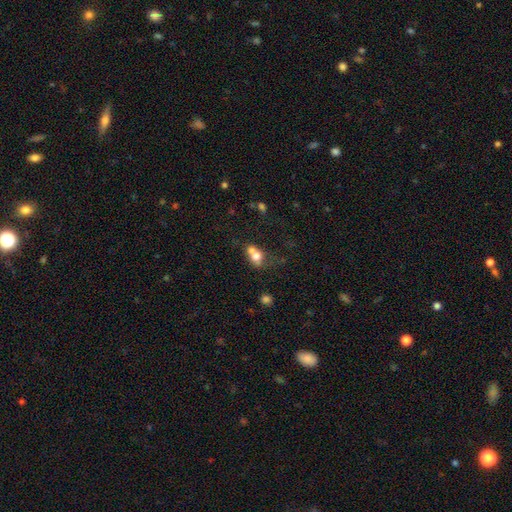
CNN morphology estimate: Smooth or featured? Predicted: smooth (p=0.70). How rounded? Predicted: round (p=0.50). Merging? Predicted: merger (p=0.59).